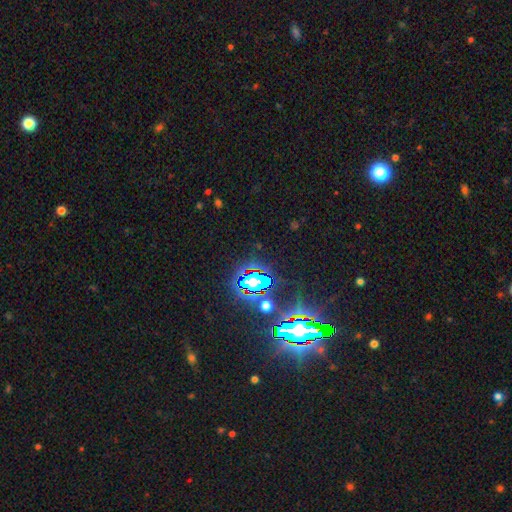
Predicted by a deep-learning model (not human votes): smooth_or_featured: star or artifact (p=0.82) [alt: smooth p=0.10]